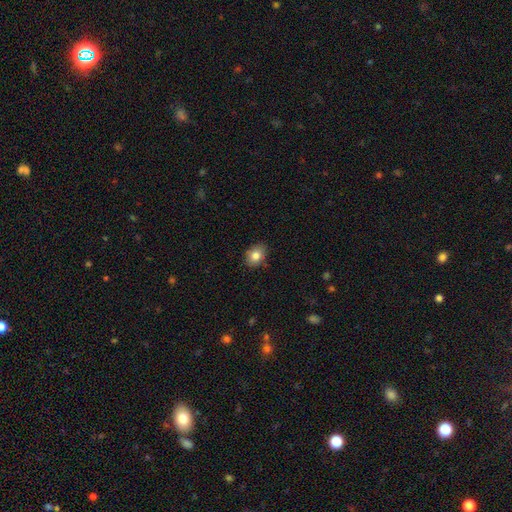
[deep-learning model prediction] A smooth galaxy with no disk features (82%) that is in between round and cigar-shaped (60%).

Vote fractions:
- Smooth or featured? smooth: 82% / star or artifact: 9% / featured or disk: 9%
- How rounded? in between: 60% / round: 39% / cigar-shaped: 1%
- Merging? none: 83% / minor disturbance: 13% / major disturbance: 2% / merger: 1%